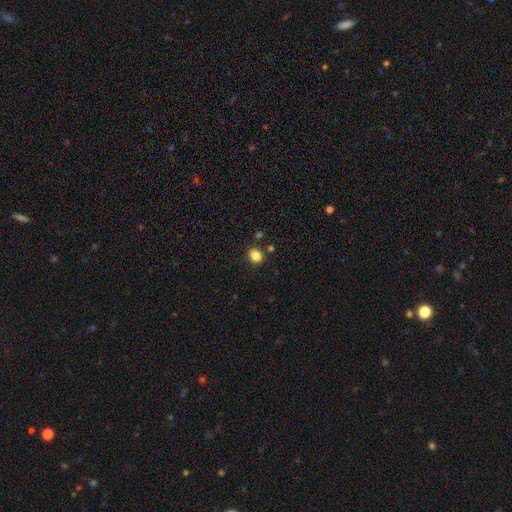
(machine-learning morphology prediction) smooth 85%, star or artifact 11%, featured or disk 4%. Down the decision tree: how rounded — round (53%); merging — none (83%).